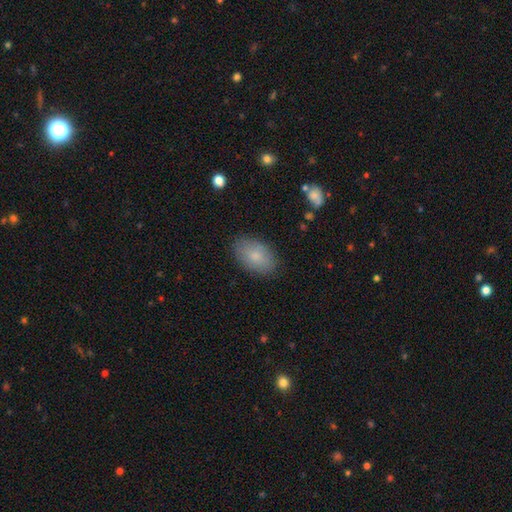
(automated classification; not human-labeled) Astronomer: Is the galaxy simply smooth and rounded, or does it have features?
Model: smooth — 81%.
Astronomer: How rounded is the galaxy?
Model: in between — 91%.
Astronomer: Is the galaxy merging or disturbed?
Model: none — 85%.